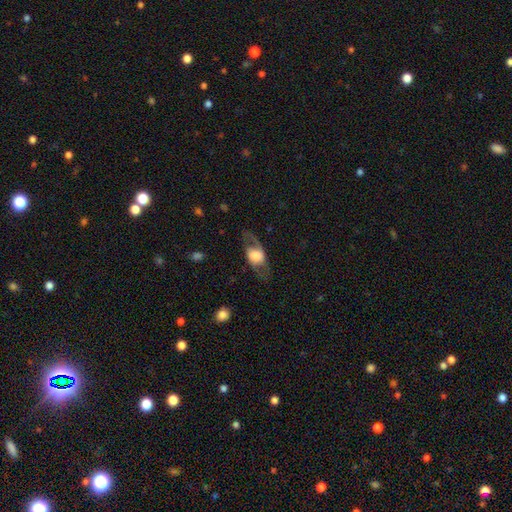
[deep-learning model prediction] Smooth or featured? featured or disk (53%)
Edge-on disk? no (71%)
Merging? none (68%)